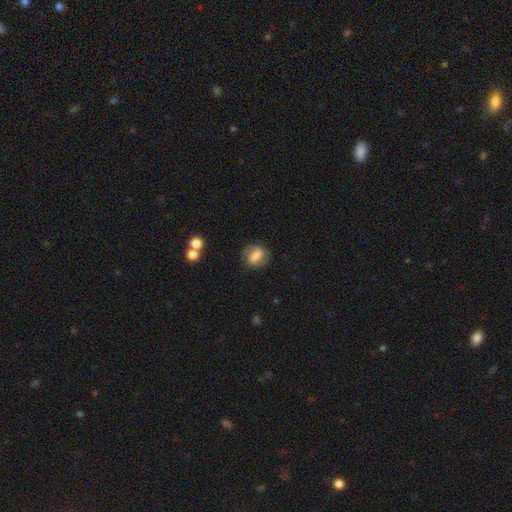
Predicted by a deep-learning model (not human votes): The model was most divided on "smooth or featured": smooth: 60%, featured or disk: 32%, star or artifact: 8%. More confident: merging — none (69%); how rounded — in between (64%).